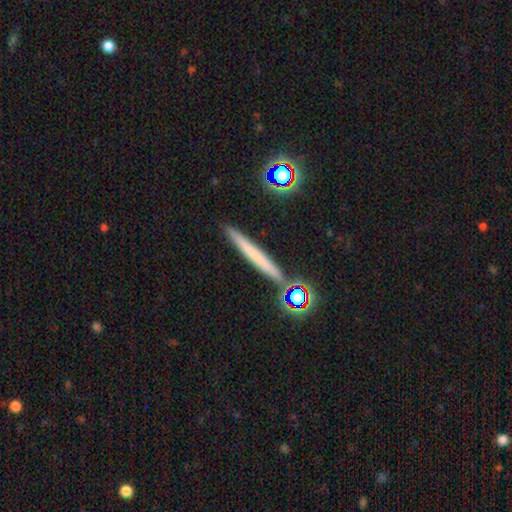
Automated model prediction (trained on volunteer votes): Smooth or featured? smooth (52%)
How rounded? cigar-shaped (94%)
Merging? none (88%)